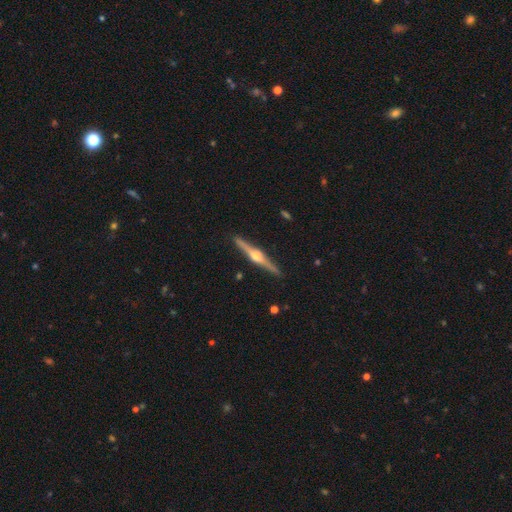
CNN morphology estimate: Smooth or featured? Predicted: featured or disk (p=0.82). Edge-on disk? Predicted: yes (p=0.98). Edge-on bulge? Predicted: rounded (p=0.93). Merging? Predicted: none (p=0.91).